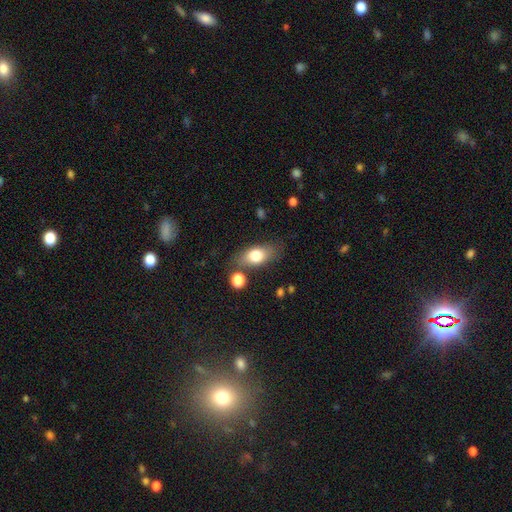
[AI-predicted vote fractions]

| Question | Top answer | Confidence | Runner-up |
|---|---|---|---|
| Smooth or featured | smooth | 74% | featured or disk (18%) |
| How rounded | in between | 81% | cigar-shaped (10%) |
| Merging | none | 72% | minor disturbance (16%) |